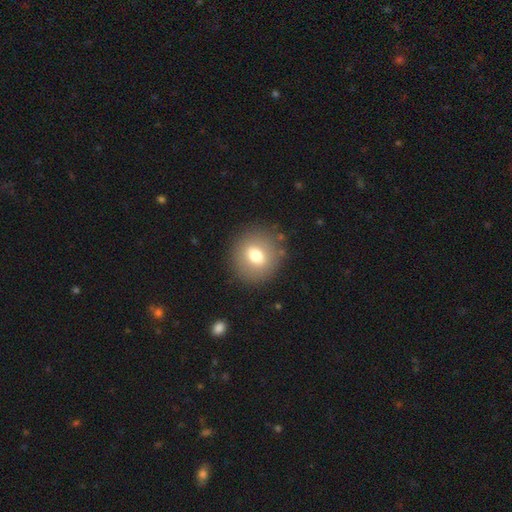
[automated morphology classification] A smooth galaxy with no disk features (70%) that is round (80%).

Vote fractions:
- Smooth or featured? smooth: 70% / featured or disk: 20% / star or artifact: 10%
- How rounded? round: 80% / in between: 19% / cigar-shaped: 1%
- Merging? none: 86% / minor disturbance: 9% / major disturbance: 4% / merger: 2%